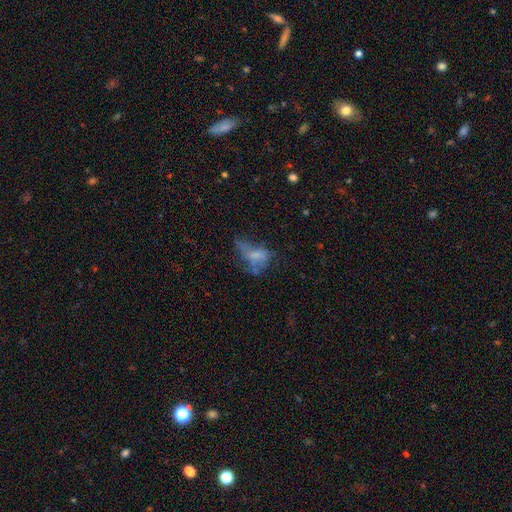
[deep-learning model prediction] smooth-or-featured: smooth: 47% | featured or disk: 36% | star or artifact: 17%
  merging: major disturbance: 42% | none: 27% | minor disturbance: 22% | merger: 9%